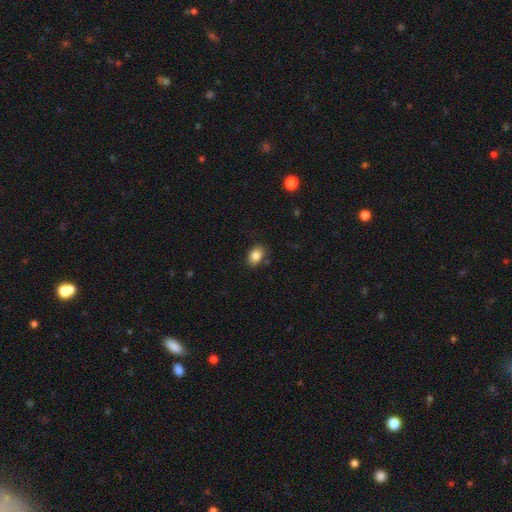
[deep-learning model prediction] Overall: smooth (84%). How rounded: in between (75%). Merging: none (83%).